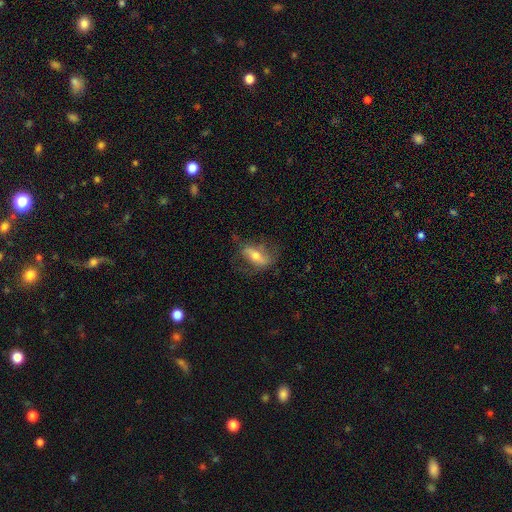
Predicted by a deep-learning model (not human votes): Smooth or featured?
  - featured or disk: 52% *
  - smooth: 40%
  - star or artifact: 8%
Edge-on disk?
  - no: 80% *
  - yes: 20%
Merging?
  - none: 57% *
  - minor disturbance: 24%
  - major disturbance: 18%
  - merger: 2%